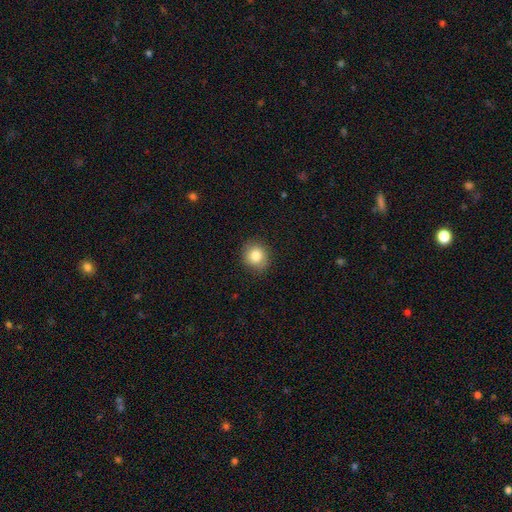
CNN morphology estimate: Q: Smooth or featured?
A: smooth (83%); runner-up: star or artifact (9%)
Q: How rounded?
A: round (82%); runner-up: in between (17%)
Q: Merging?
A: none (86%); runner-up: minor disturbance (10%)